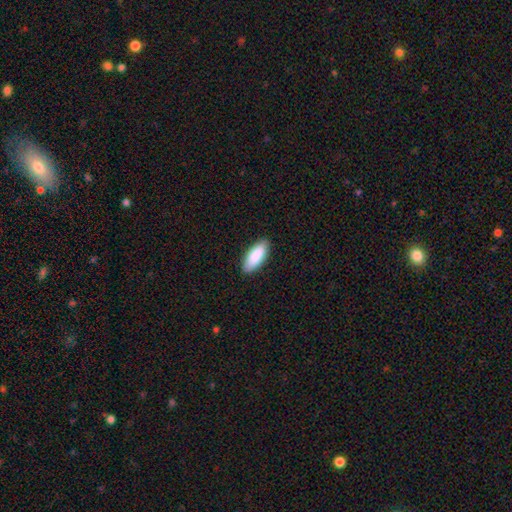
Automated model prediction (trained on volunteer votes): smooth_or_featured: smooth (p=0.89) [alt: featured or disk p=0.06]
how_rounded: in between (p=0.79) [alt: cigar-shaped p=0.19]
merging: none (p=0.88) [alt: minor disturbance p=0.09]